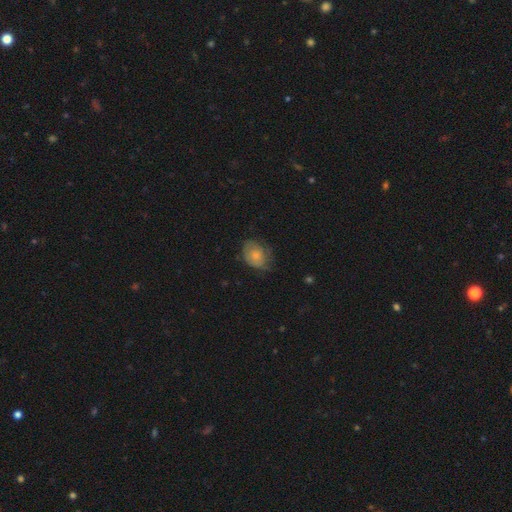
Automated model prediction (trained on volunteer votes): Morphology: type=smooth (63%); roundness=in between (56%); merging=none (51%).